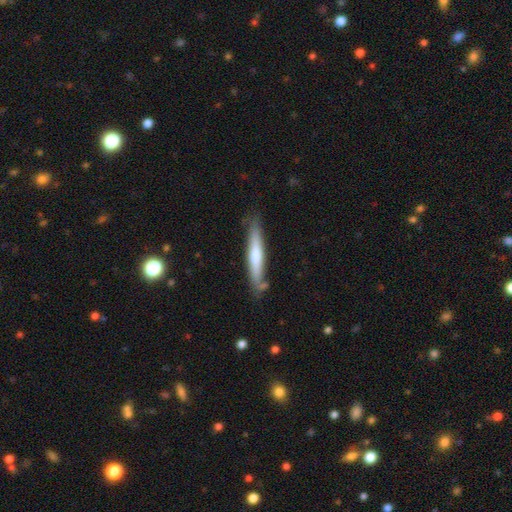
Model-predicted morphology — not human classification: A smooth galaxy with no disk features (55%) that is cigar-shaped (92%).

Vote fractions:
- Smooth or featured? smooth: 55% / featured or disk: 40% / star or artifact: 5%
- How rounded? cigar-shaped: 92% / in between: 7% / round: 1%
- Merging? none: 74% / minor disturbance: 17% / merger: 5% / major disturbance: 4%